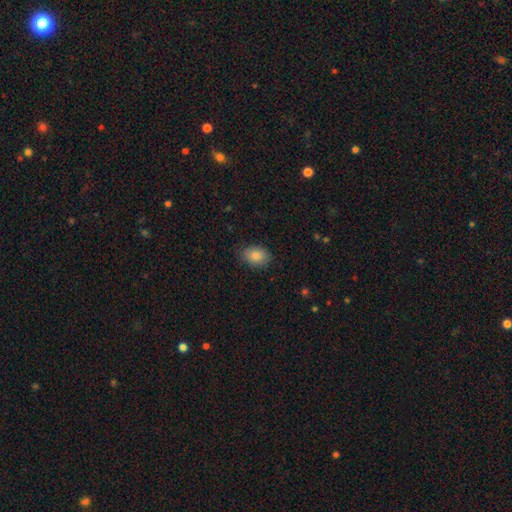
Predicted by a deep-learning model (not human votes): Smooth or featured?
  - smooth: 86% *
  - star or artifact: 8%
  - featured or disk: 6%
How rounded?
  - in between: 78% *
  - round: 21%
  - cigar-shaped: 1%
Merging?
  - none: 82% *
  - minor disturbance: 14%
  - major disturbance: 3%
  - merger: 1%